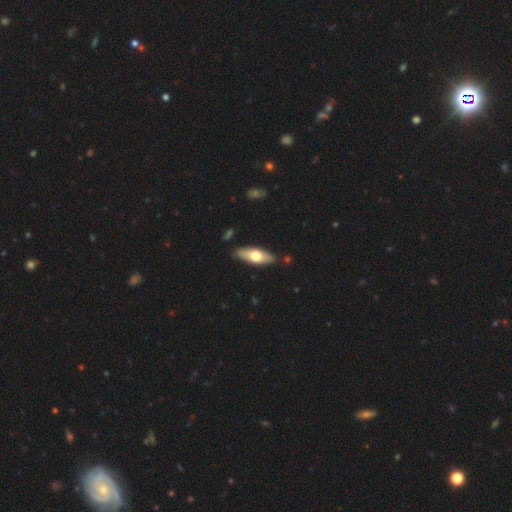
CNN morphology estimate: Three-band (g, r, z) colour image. It shows a smooth galaxy with no disk features (58%) that is in between round and cigar-shaped (63%). Merging: none (85%).